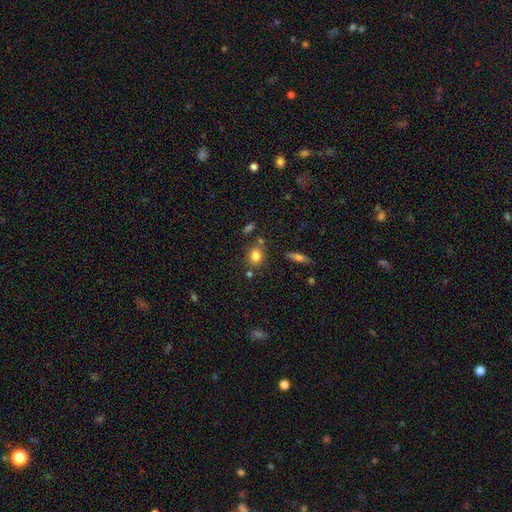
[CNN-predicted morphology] The model was most divided on "how rounded": round: 57%, in between: 41%, cigar-shaped: 2%. More confident: smooth or featured — smooth (80%); merging — none (74%).